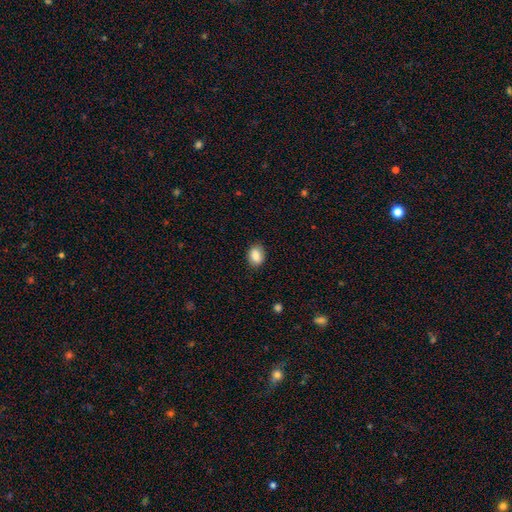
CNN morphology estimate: Smooth or featured?
  - smooth: 86% *
  - star or artifact: 8%
  - featured or disk: 6%
How rounded?
  - in between: 73% *
  - round: 26%
  - cigar-shaped: 1%
Merging?
  - none: 85% *
  - minor disturbance: 11%
  - major disturbance: 3%
  - merger: 1%